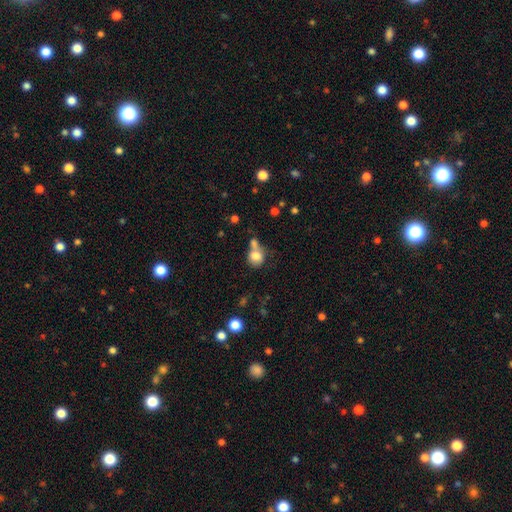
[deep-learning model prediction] smooth_or_featured: smooth (p=0.78) [alt: featured or disk p=0.12]
how_rounded: round (p=0.72) [alt: in between p=0.27]
merging: merger (p=0.41) [alt: none p=0.38]